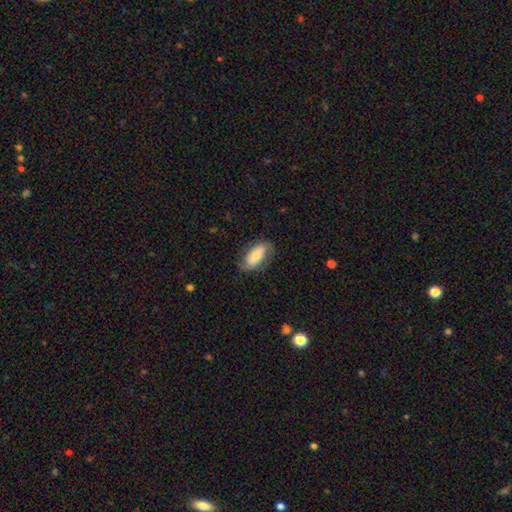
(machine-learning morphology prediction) Smooth or featured: smooth — 65% (featured or disk — 29%)
How rounded: in between — 88% (cigar-shaped — 9%)
Merging: none — 74% (minor disturbance — 19%)